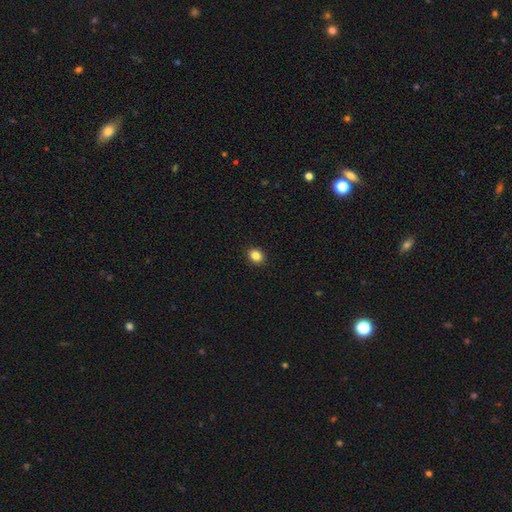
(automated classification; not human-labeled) smooth_or_featured: smooth (p=0.85) [alt: star or artifact p=0.10]
how_rounded: round (p=0.51) [alt: in between p=0.48]
merging: none (p=0.92) [alt: minor disturbance p=0.06]